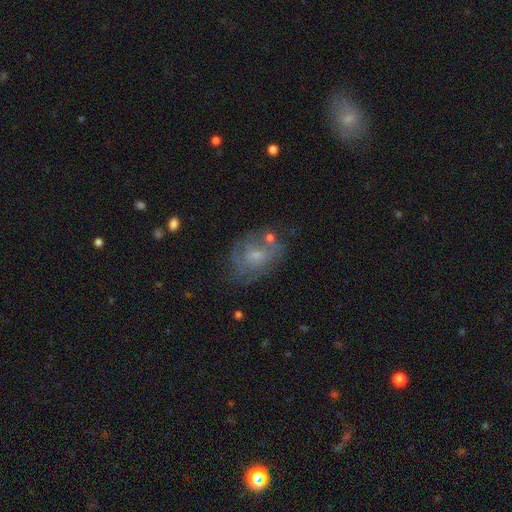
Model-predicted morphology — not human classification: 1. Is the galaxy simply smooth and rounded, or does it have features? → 56% featured or disk, 34% smooth, 11% star or artifact.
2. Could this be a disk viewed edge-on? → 96% no, 4% yes.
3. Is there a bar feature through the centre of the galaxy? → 61% no, 34% weak, 5% strong.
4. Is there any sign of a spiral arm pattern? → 61% yes, 39% no.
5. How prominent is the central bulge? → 58% small, 29% moderate, 10% none, 2% large, 1% dominant.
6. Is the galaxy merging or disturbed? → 53% none, 23% minor disturbance, 15% major disturbance, 8% merger.